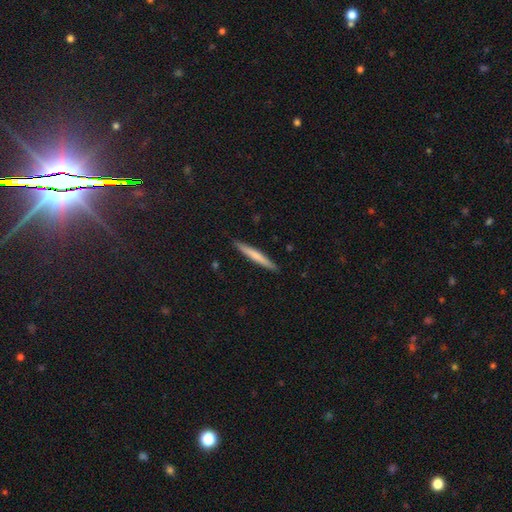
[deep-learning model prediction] A smooth galaxy with no disk features (65%) that is cigar-shaped (96%).

Vote fractions:
- Smooth or featured? smooth: 65% / featured or disk: 30% / star or artifact: 5%
- How rounded? cigar-shaped: 96% / in between: 2% / round: 1%
- Merging? none: 91% / minor disturbance: 6% / major disturbance: 1% / merger: 1%